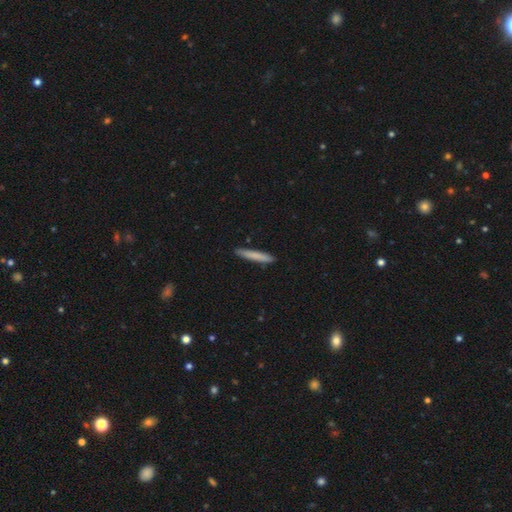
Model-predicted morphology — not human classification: This is likely a smooth galaxy (79%). How rounded: clearly cigar-shaped (95%). Merging: clearly none (90%).